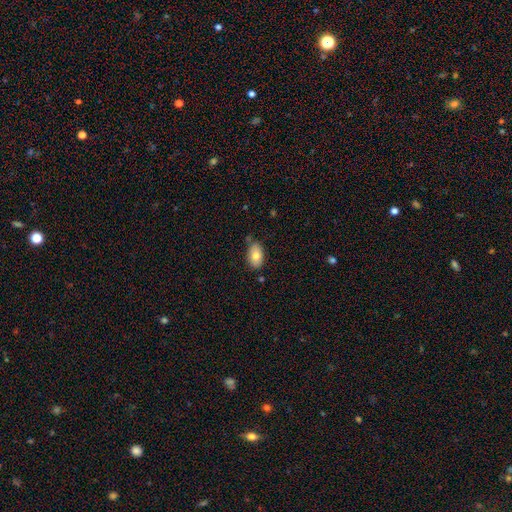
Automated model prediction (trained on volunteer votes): This appears to be a smooth galaxy with no disk features (78%) that is in between round and cigar-shaped (91%). Merging: none (73%).